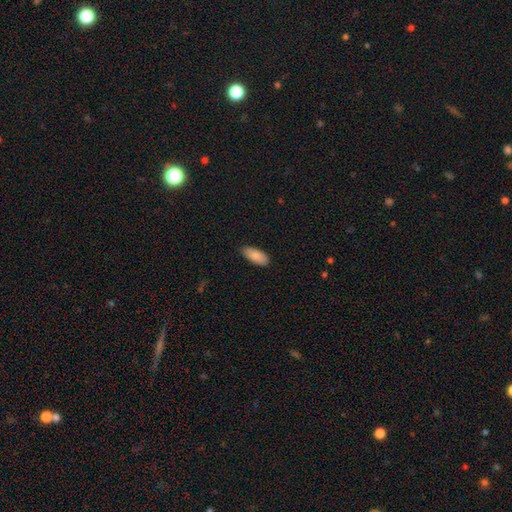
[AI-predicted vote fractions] smooth_or_featured: smooth (p=0.85) [alt: featured or disk p=0.09]
how_rounded: in between (p=0.88) [alt: cigar-shaped p=0.10]
merging: none (p=0.83) [alt: minor disturbance p=0.14]